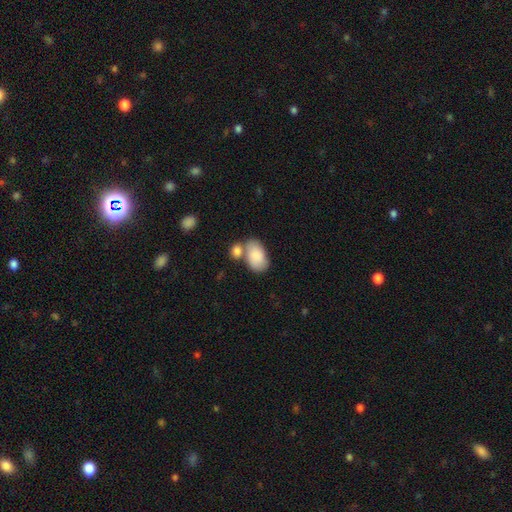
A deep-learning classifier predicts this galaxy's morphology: This appears to be a smooth galaxy with no disk features (84%) that is in between round and cigar-shaped (91%). Merging: merger (41%).